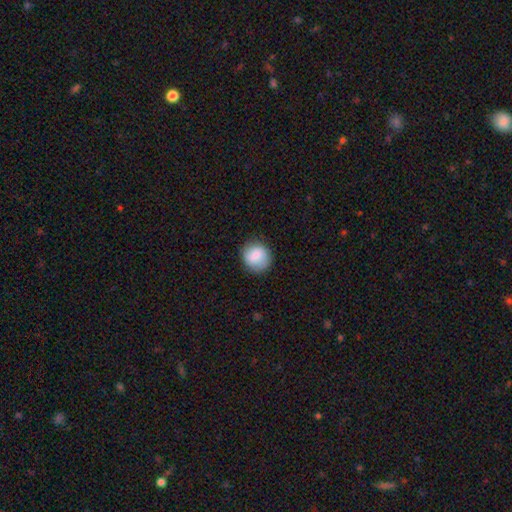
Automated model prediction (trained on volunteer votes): smooth_or_featured: smooth (p=0.82) [alt: featured or disk p=0.11]
how_rounded: round (p=0.86) [alt: in between p=0.13]
merging: none (p=0.84) [alt: minor disturbance p=0.12]